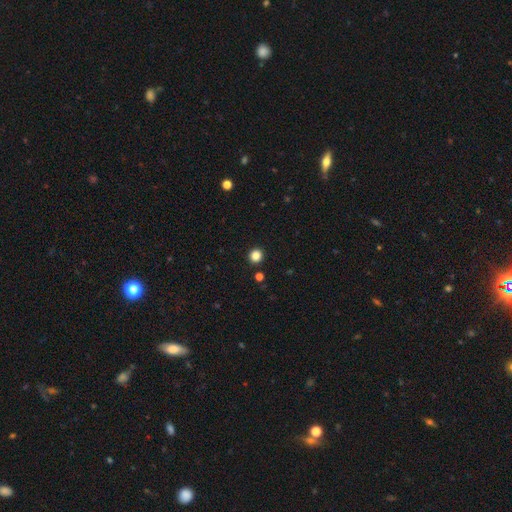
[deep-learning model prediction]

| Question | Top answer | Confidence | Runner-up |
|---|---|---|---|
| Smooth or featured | smooth | 85% | star or artifact (12%) |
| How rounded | round | 93% | in between (6%) |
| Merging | none | 93% | minor disturbance (4%) |